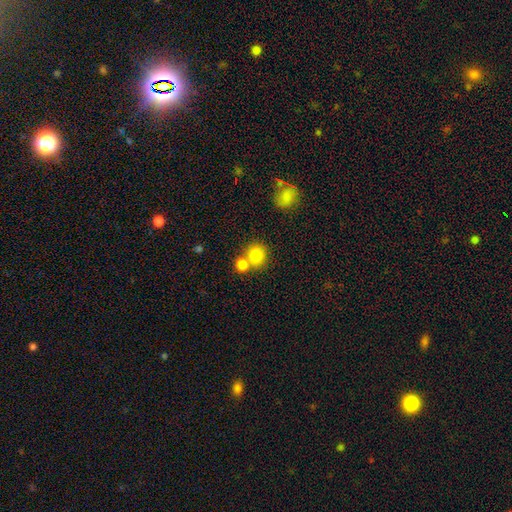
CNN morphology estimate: smooth 83%, star or artifact 10%, featured or disk 7%. Down the decision tree: how rounded — round (81%); merging — none (53%).